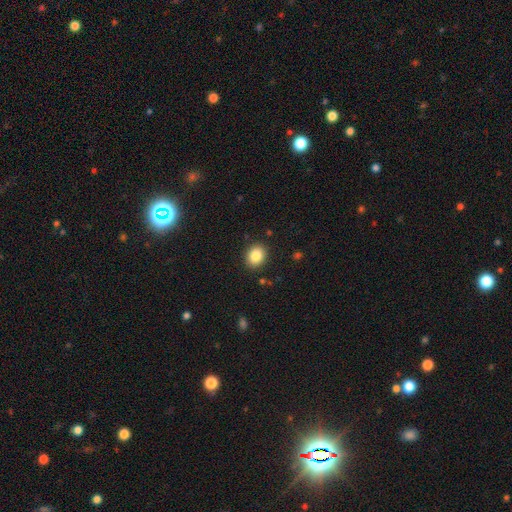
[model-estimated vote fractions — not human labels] Smooth or featured? smooth (85%)
How rounded? round (50%)
Merging? none (89%)